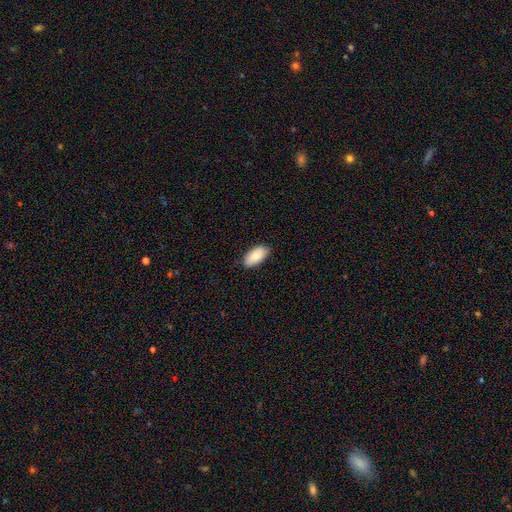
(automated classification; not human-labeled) A smooth galaxy with no disk features (86%) that is in between round and cigar-shaped (94%). Merging: none (84%).